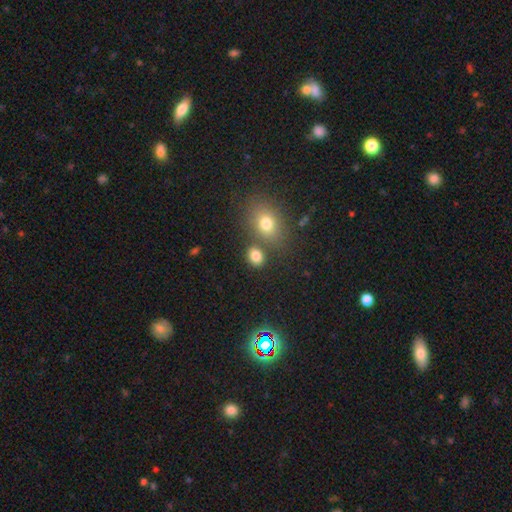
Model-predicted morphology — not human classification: This appears to be a smooth galaxy with no disk features (81%) that is in between round and cigar-shaped (55%). Merging: none (69%).